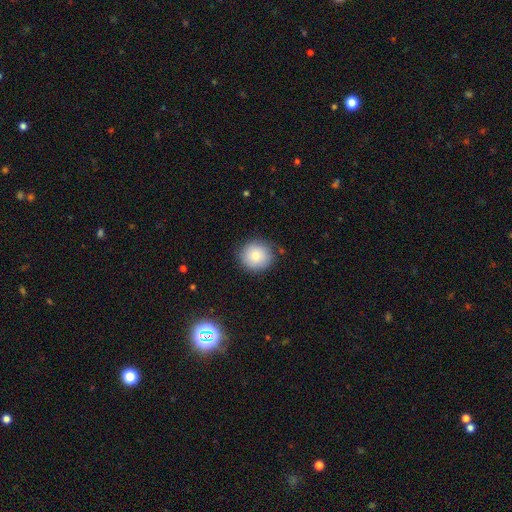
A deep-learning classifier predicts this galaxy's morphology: Smooth or featured? smooth (80%)
How rounded? round (92%)
Merging? none (85%)